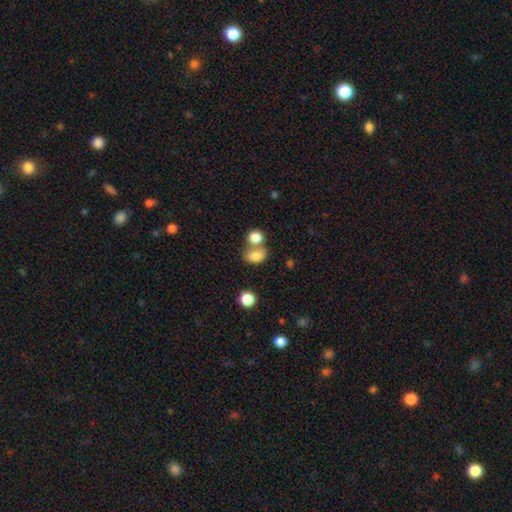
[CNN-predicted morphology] This is clearly a smooth galaxy (80%). How rounded: likely in between (74%). Merging: possibly merger (46%).